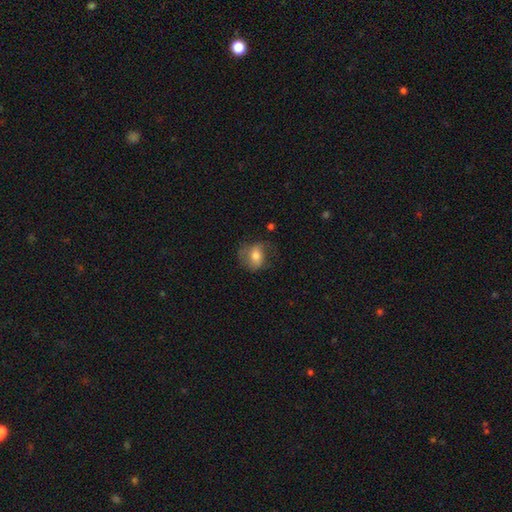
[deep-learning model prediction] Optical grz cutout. It shows a smooth galaxy with no disk features (60%) that is in between round and cigar-shaped (57%). Merging: none (55%).